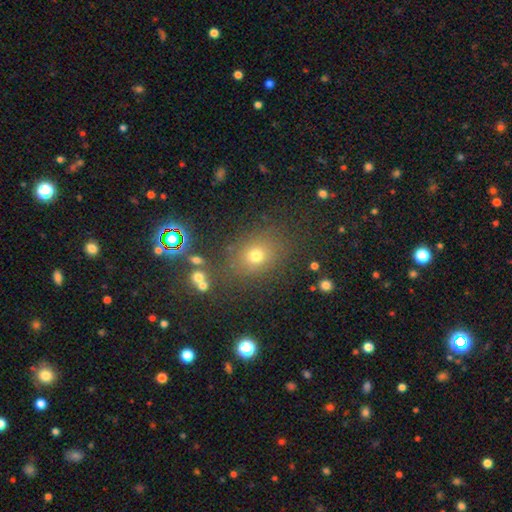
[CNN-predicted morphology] A smooth galaxy with no disk features (69%) that is round (67%).

Vote fractions:
- Smooth or featured? smooth: 69% / star or artifact: 21% / featured or disk: 10%
- How rounded? round: 67% / in between: 32% / cigar-shaped: 1%
- Merging? none: 79% / minor disturbance: 11% / major disturbance: 5% / merger: 5%